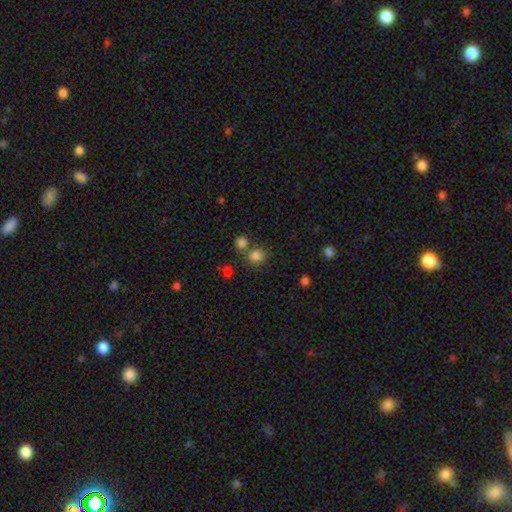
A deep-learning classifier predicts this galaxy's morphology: Smooth or featured? smooth (81%)
How rounded? round (72%)
Merging? none (64%)